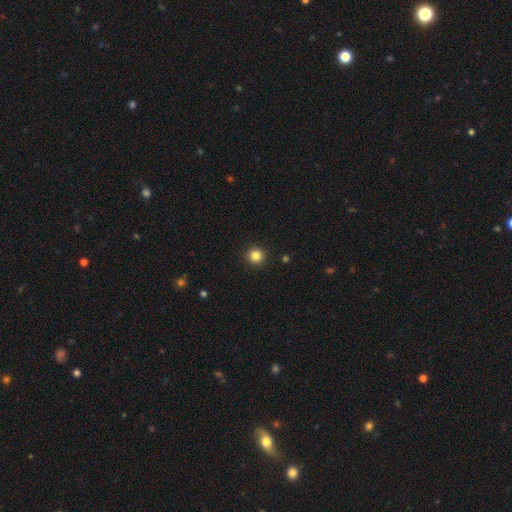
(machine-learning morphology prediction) This is clearly a smooth galaxy (84%). How rounded: clearly round (95%). Merging: clearly none (93%).